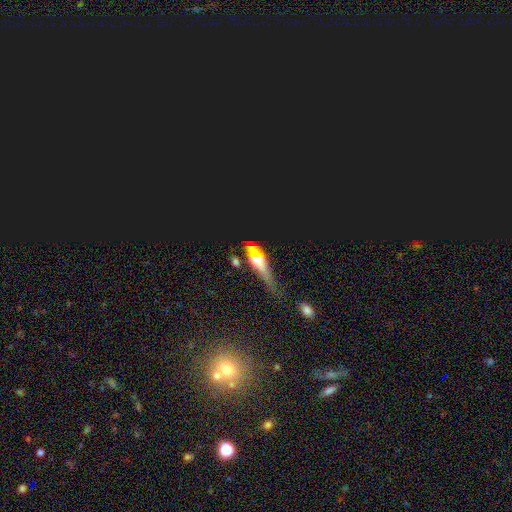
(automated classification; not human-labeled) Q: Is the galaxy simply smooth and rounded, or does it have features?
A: star or artifact — 35%.